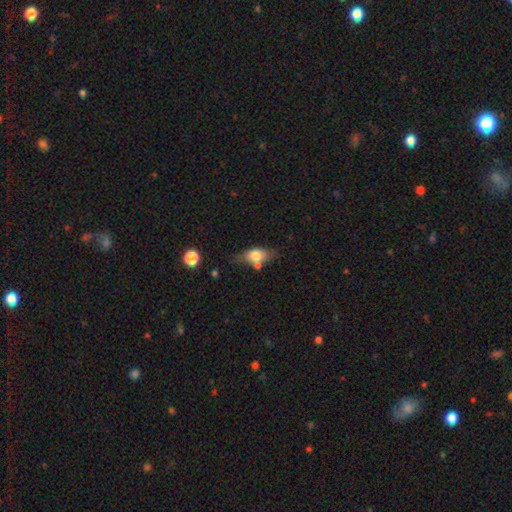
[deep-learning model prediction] This appears to be a smooth galaxy with no disk features (68%) that is in between round and cigar-shaped (80%). Merging: none (58%).